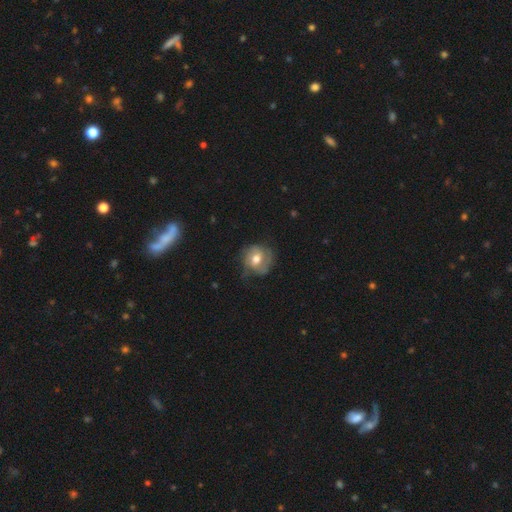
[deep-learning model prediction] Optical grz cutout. It shows a featured or disk galaxy (48%). Merging: none (63%).